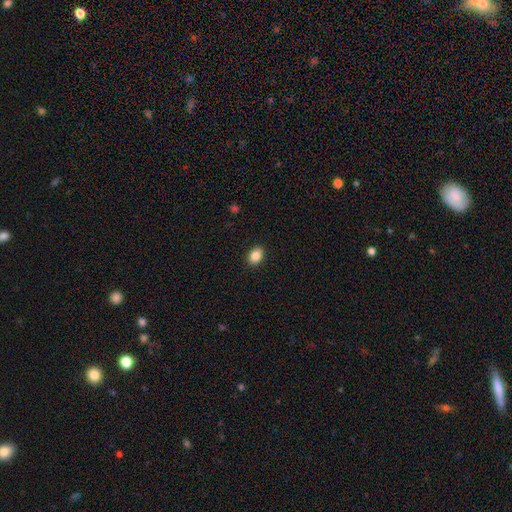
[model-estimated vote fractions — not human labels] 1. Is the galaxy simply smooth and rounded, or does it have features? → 87% smooth, 9% star or artifact, 5% featured or disk.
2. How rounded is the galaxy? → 73% in between, 25% round, 1% cigar-shaped.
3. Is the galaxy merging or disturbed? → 90% none, 7% minor disturbance, 2% major disturbance, 1% merger.